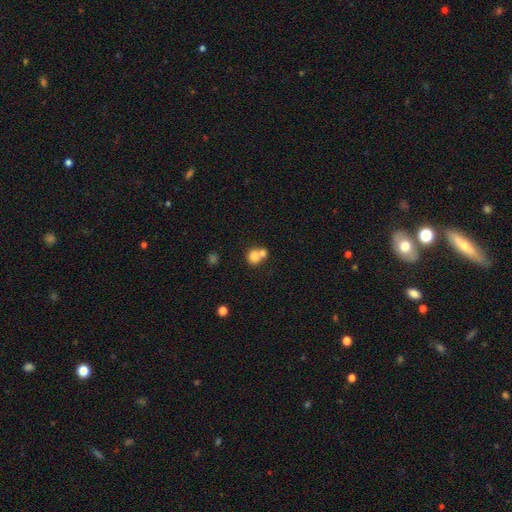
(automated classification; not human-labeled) smooth_or_featured: smooth (p=0.78) [alt: featured or disk p=0.12]
how_rounded: round (p=0.77) [alt: in between p=0.22]
merging: merger (p=0.57) [alt: none p=0.33]